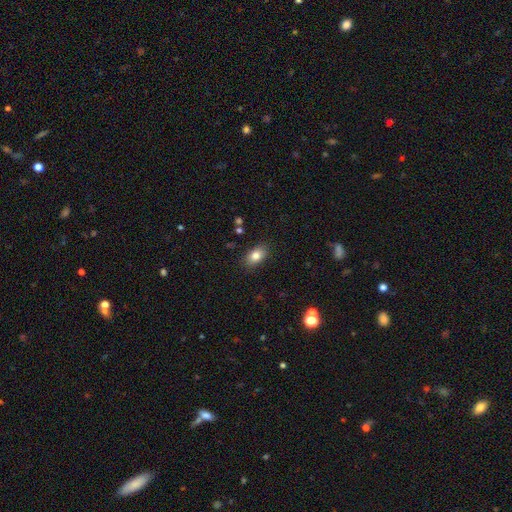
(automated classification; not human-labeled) This appears to be a smooth galaxy with no disk features (81%) that is in between round and cigar-shaped (86%). Merging: none (86%).